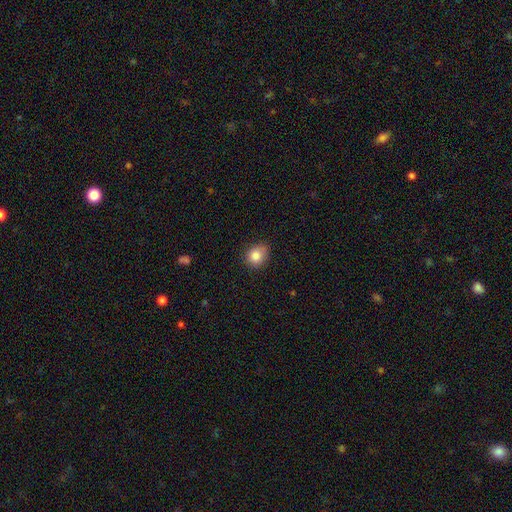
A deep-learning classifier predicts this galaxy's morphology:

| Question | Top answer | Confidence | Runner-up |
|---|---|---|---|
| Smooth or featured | smooth | 83% | star or artifact (10%) |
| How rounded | round | 66% | in between (33%) |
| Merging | none | 72% | minor disturbance (22%) |